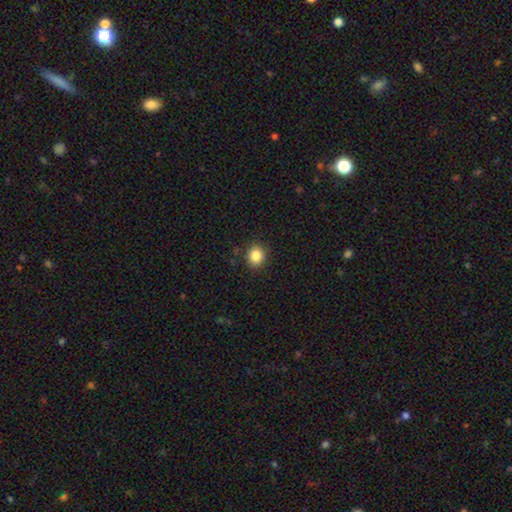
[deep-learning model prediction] This is clearly a smooth galaxy (85%). How rounded: likely round (77%). Merging: clearly none (88%).